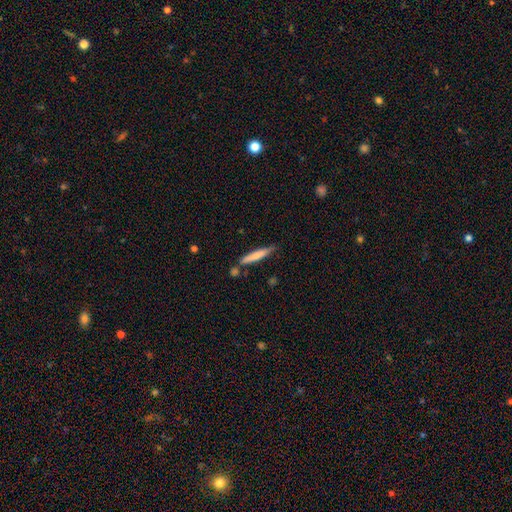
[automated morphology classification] smooth-or-featured: smooth: 71% | featured or disk: 24% | star or artifact: 6%
  how-rounded: cigar-shaped: 93% | in between: 6% | round: 1%
  merging: none: 75% | minor disturbance: 15% | merger: 8% | major disturbance: 3%